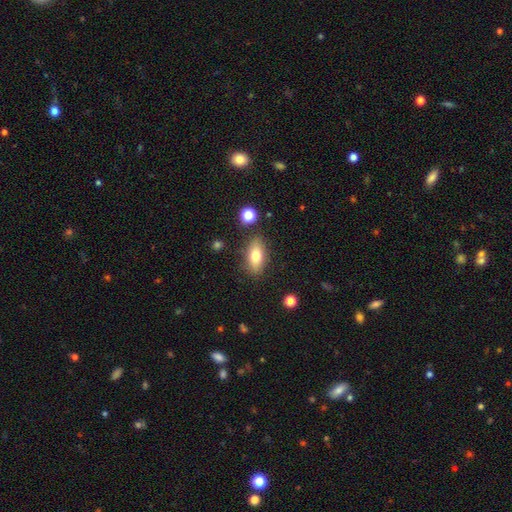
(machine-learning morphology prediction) smooth_or_featured: smooth (p=0.74) [alt: featured or disk p=0.18]
how_rounded: in between (p=0.81) [alt: cigar-shaped p=0.14]
merging: none (p=0.82) [alt: minor disturbance p=0.12]